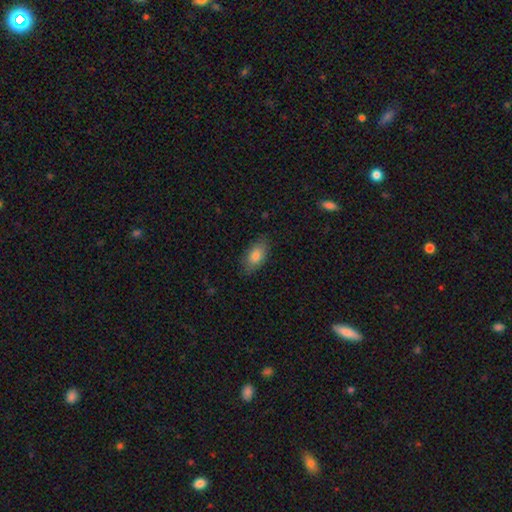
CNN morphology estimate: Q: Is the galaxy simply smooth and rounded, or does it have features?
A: smooth — 82%.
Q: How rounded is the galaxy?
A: in between — 90%.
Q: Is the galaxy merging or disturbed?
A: none — 80%.